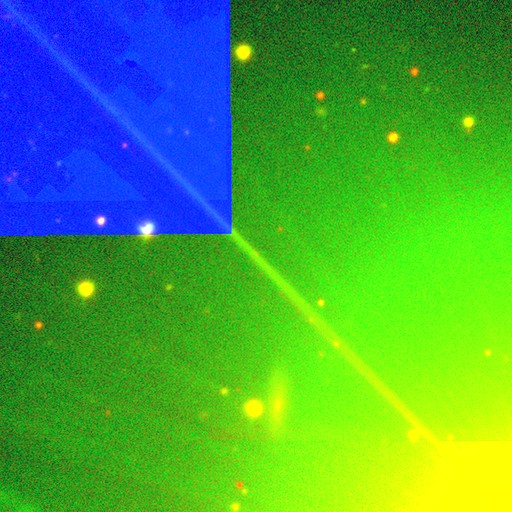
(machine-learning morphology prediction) Smooth or featured?
  - star or artifact: 88% *
  - featured or disk: 6%
  - smooth: 5%